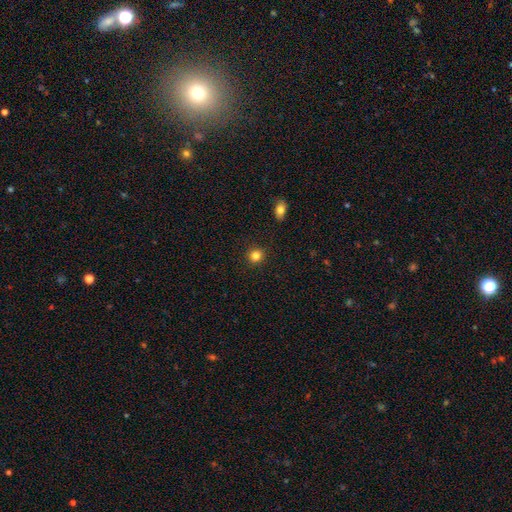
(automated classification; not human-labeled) This appears to be a smooth galaxy with no disk features (83%) that is round (89%). Merging: none (90%).